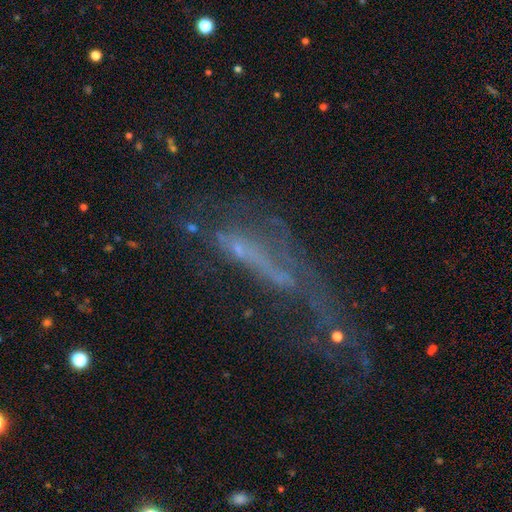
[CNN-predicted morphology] This appears to be a featured or disk galaxy (52%). Merging: major disturbance (46%).